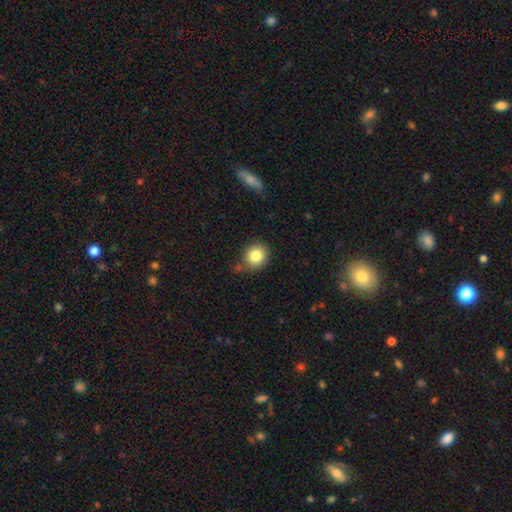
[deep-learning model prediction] Smooth or featured? smooth (84%)
How rounded? round (83%)
Merging? none (79%)